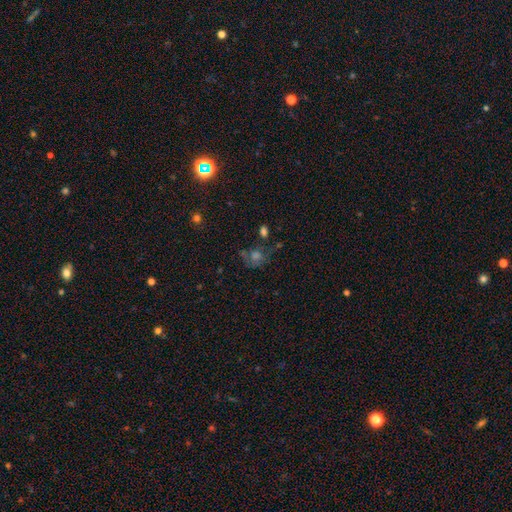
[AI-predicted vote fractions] Morphology: type=smooth (40%); merging=none (50%).